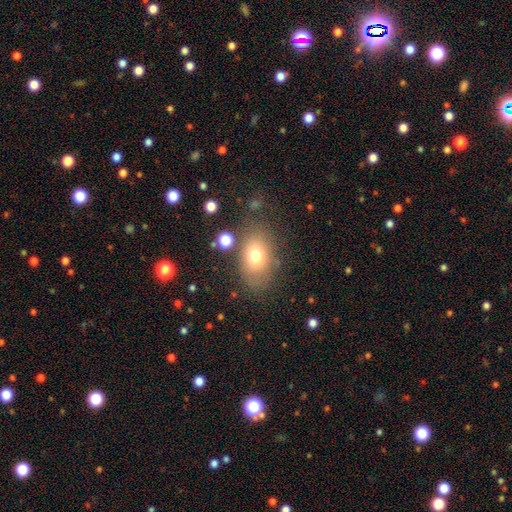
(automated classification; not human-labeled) Morphology: type=smooth (71%); roundness=in between (81%); merging=none (72%).